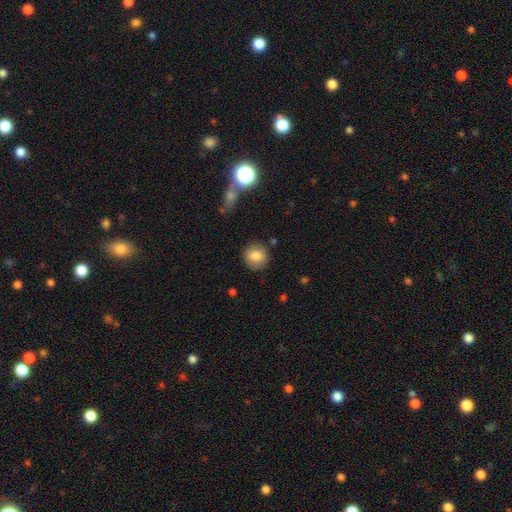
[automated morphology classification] type=smooth (82%); roundness=round (89%); merging=none (88%).